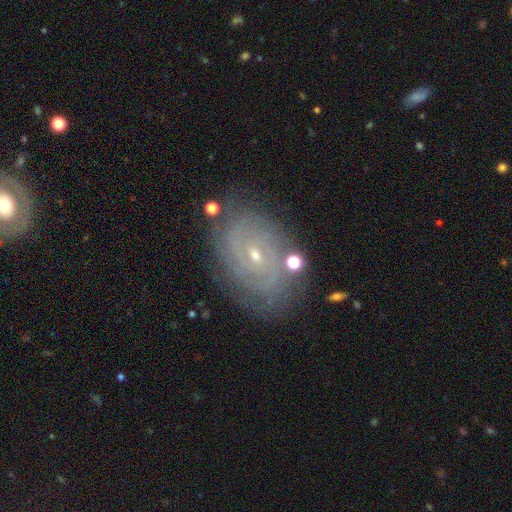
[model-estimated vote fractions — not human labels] featured or disk 81%, smooth 10%, star or artifact 9%. Down the decision tree: edge-on disk — no (96%); bar — no (65%); spiral arms — yes (93%); spiral arm count — can't tell (39%); spiral winding — tight (75%); bulge size — small (79%); merging — none (79%).